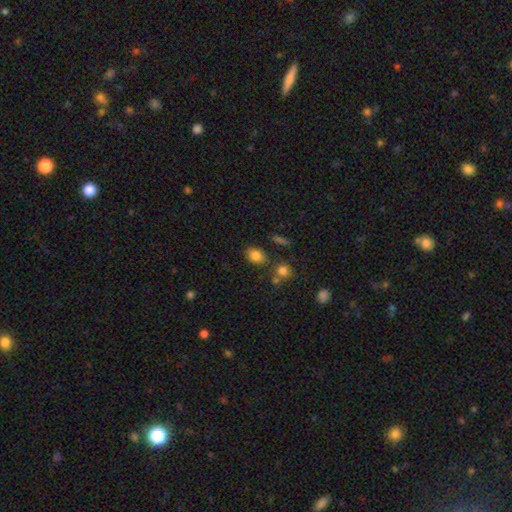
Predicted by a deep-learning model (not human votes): Overall: smooth (83%). How rounded: in between (69%; round 30%). Merging: none (75%).